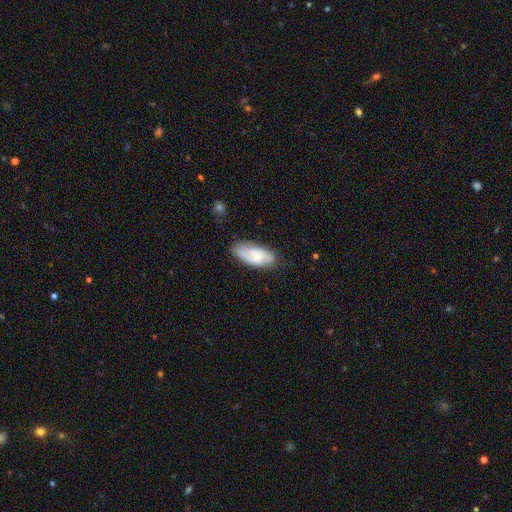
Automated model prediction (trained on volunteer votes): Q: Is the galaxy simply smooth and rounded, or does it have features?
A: smooth — 53%.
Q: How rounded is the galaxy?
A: in between — 87%.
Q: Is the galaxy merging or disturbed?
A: none — 73%.